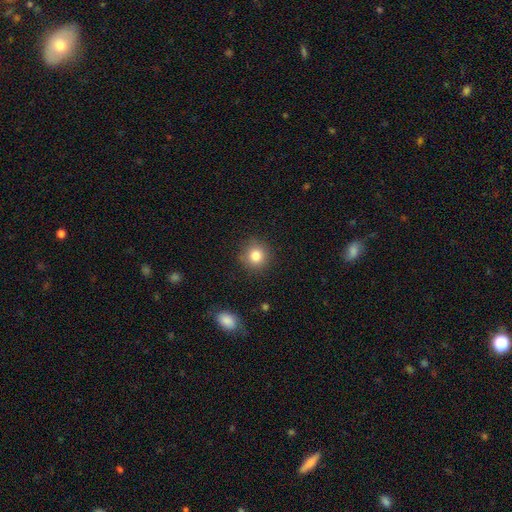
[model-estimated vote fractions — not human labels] Smooth or featured? smooth (83%)
How rounded? round (91%)
Merging? none (87%)